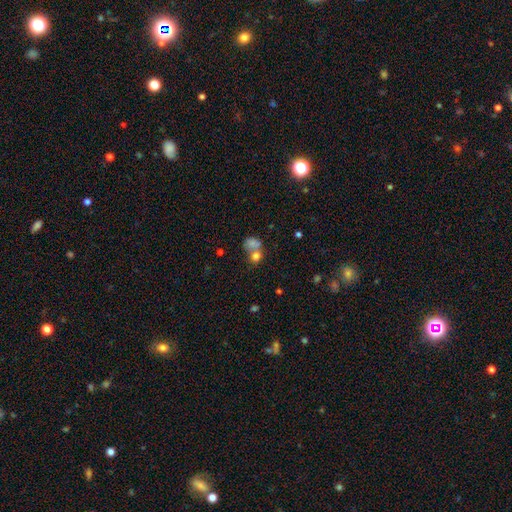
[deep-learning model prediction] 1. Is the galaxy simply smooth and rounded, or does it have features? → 73% smooth, 14% featured or disk, 13% star or artifact.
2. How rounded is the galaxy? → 63% round, 36% in between, 1% cigar-shaped.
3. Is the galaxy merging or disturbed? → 56% merger, 30% none, 8% minor disturbance, 5% major disturbance.